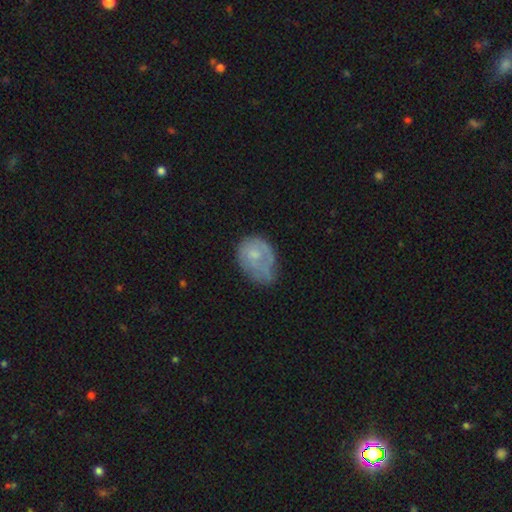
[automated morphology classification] The model was most divided on "merging": minor disturbance: 38%, none: 33%, major disturbance: 26%, merger: 3%. More confident: how rounded — in between (62%); smooth or featured — smooth (51%).